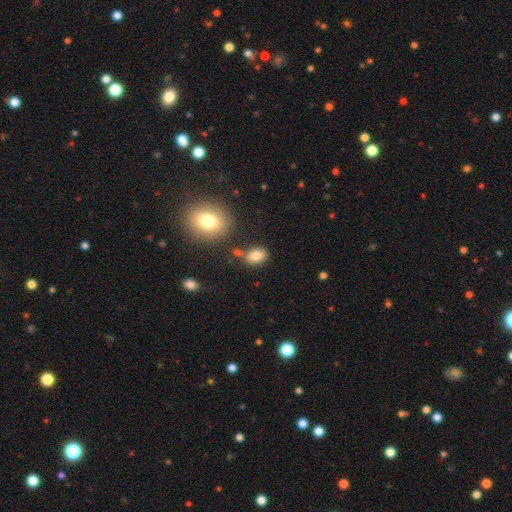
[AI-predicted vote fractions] Overall: smooth (81%). How rounded: in between (73%). Merging: none (68%).